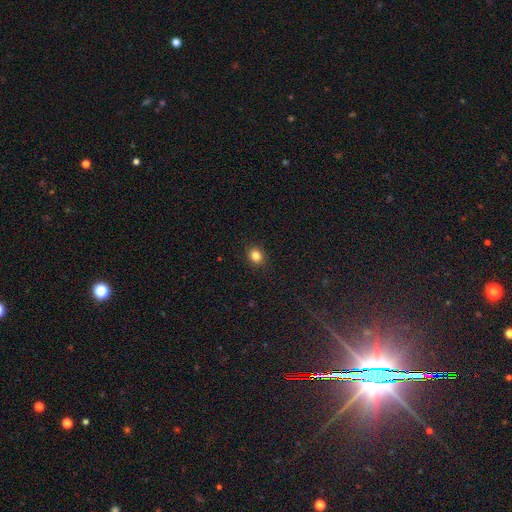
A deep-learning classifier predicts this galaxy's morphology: This is clearly a smooth galaxy (84%). How rounded: likely round (62%). Merging: clearly none (90%).